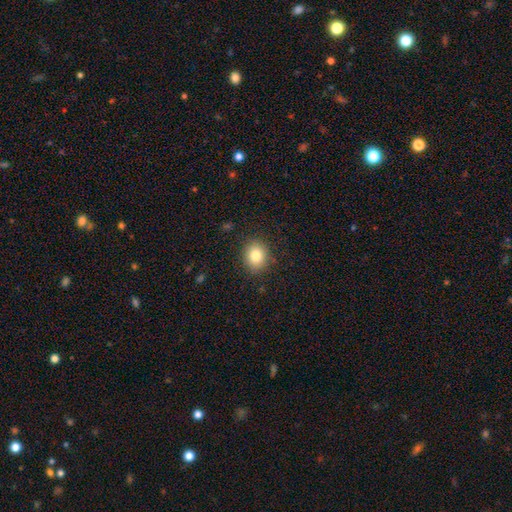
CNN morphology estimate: Smooth or featured: smooth — 82% (star or artifact — 10%)
How rounded: round — 65% (in between — 34%)
Merging: none — 87% (minor disturbance — 9%)